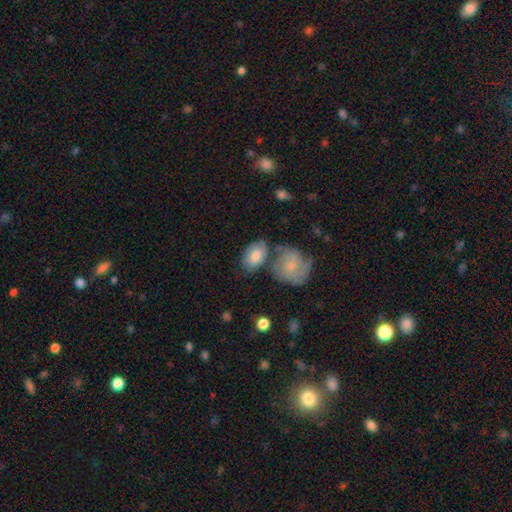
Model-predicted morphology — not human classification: The model was most divided on "merging": none: 53%, merger: 20%, minor disturbance: 20%, major disturbance: 8%. More confident: how rounded — in between (84%); smooth or featured — smooth (72%).